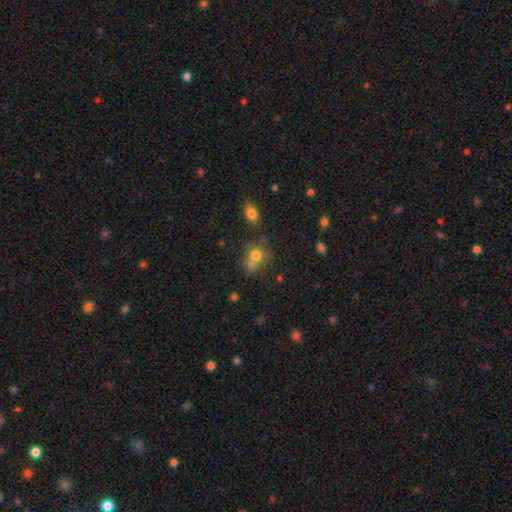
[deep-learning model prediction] smooth 73%, star or artifact 14%, featured or disk 13%. Down the decision tree: how rounded — round (59%); merging — none (41%).